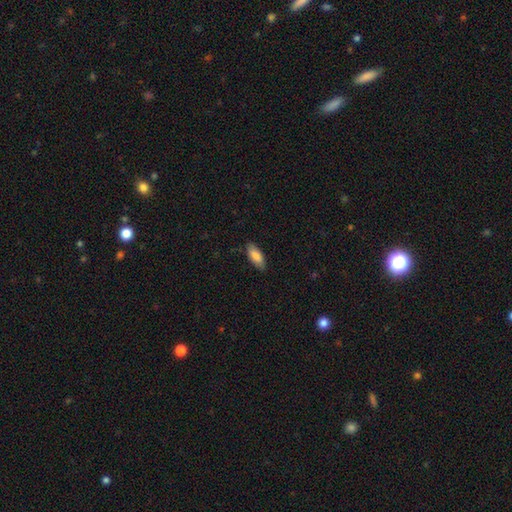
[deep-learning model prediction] Smooth or featured? smooth (83%)
How rounded? in between (82%)
Merging? none (84%)